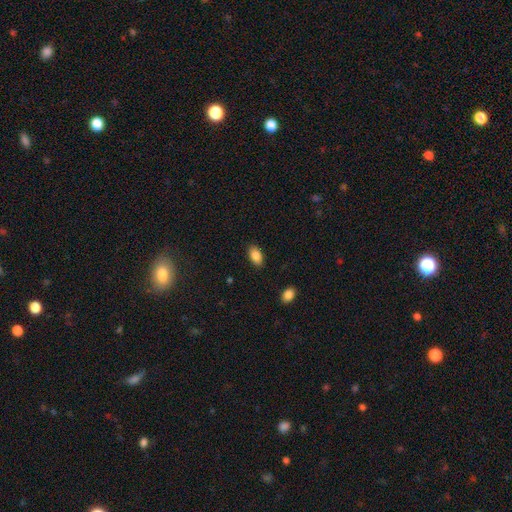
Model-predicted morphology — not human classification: The model was most divided on "merging": none: 87%, minor disturbance: 9%, major disturbance: 2%, merger: 1%. More confident: how rounded — in between (92%); smooth or featured — smooth (86%).